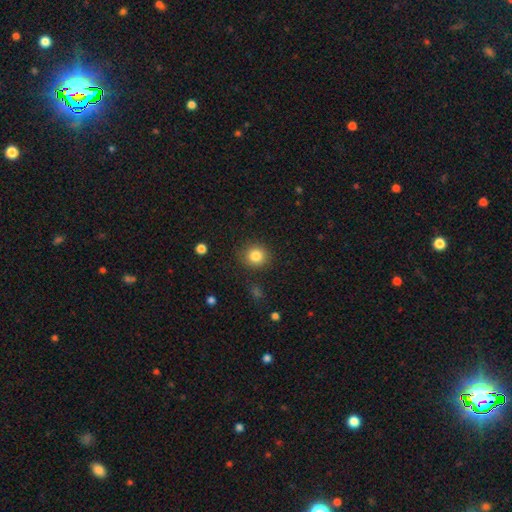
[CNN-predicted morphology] smooth 83%, star or artifact 11%, featured or disk 6%. Down the decision tree: how rounded — round (89%); merging — none (87%).